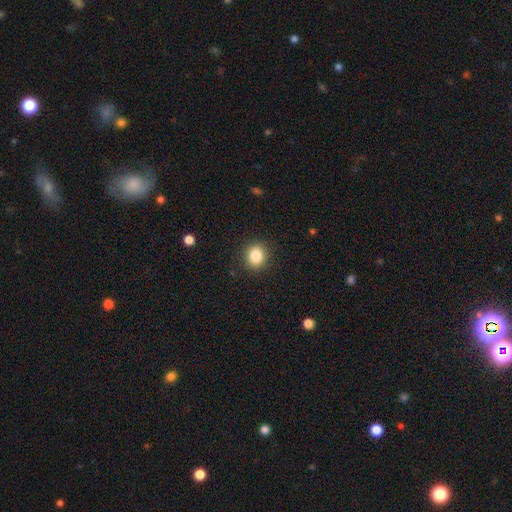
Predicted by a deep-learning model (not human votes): The model was most divided on "how rounded": round: 72%, in between: 27%, cigar-shaped: 1%. More confident: merging — none (90%); smooth or featured — smooth (85%).